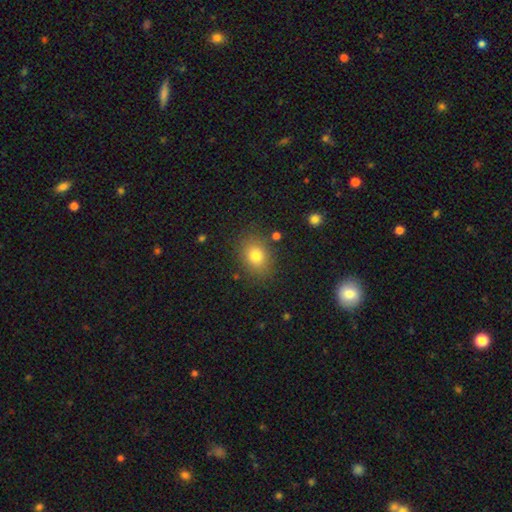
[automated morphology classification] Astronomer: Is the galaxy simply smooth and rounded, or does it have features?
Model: smooth — 79%.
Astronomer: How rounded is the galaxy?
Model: in between — 52% (runner-up: round, 47%).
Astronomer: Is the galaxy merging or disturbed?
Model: none — 83%.